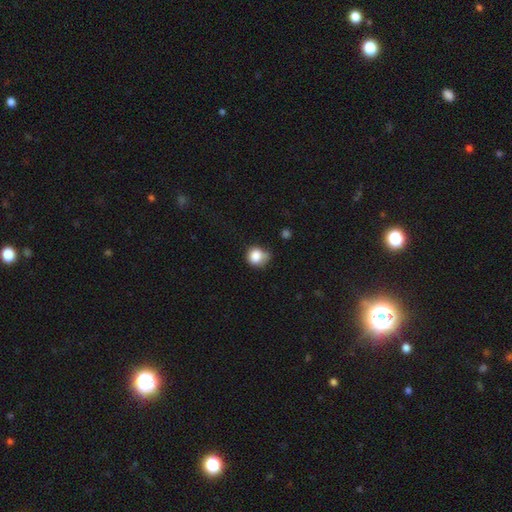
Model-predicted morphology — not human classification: This is clearly a smooth galaxy (83%). How rounded: likely round (79%). Merging: possibly none (45%).